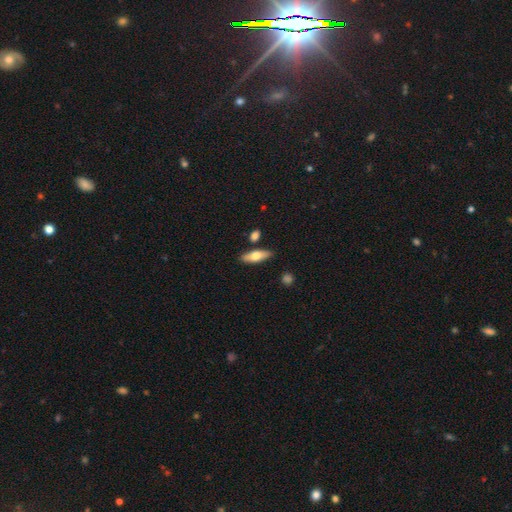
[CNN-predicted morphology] Overall: smooth (66%; featured or disk 28%). How rounded: in between (58%; cigar-shaped 39%). Merging: none (82%).